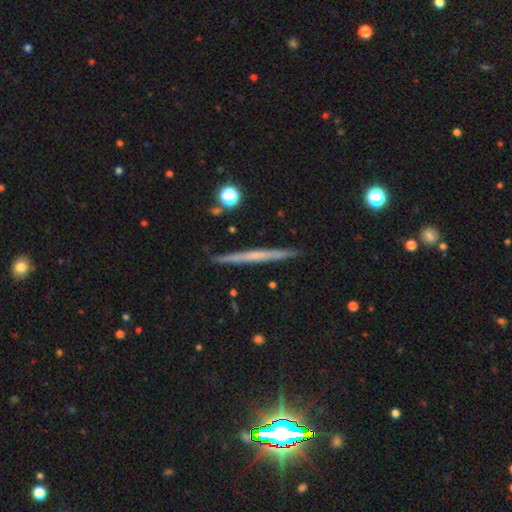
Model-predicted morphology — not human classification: A featured or disk galaxy (53%) viewed edge-on (97%) with no central bulge (83%).

Vote fractions:
- Smooth or featured? featured or disk: 53% / smooth: 39% / star or artifact: 7%
- Edge-on disk? yes: 97% / no: 3%
- Edge-on bulge? none: 83% / rounded: 13% / boxy: 4%
- Merging? none: 91% / minor disturbance: 6% / merger: 1% / major disturbance: 1%